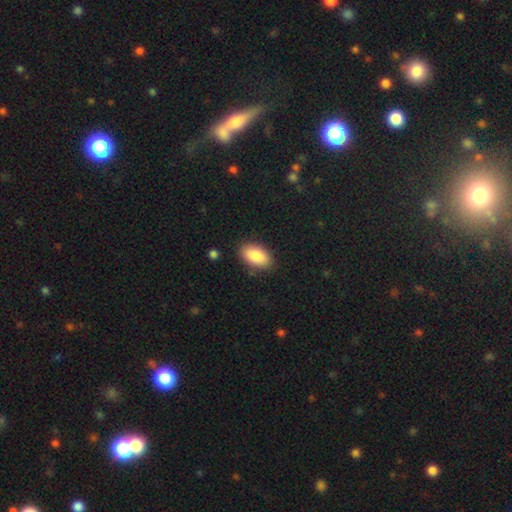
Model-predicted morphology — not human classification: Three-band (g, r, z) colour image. It shows a smooth galaxy with no disk features (87%) that is in between round and cigar-shaped (94%). Merging: none (86%).